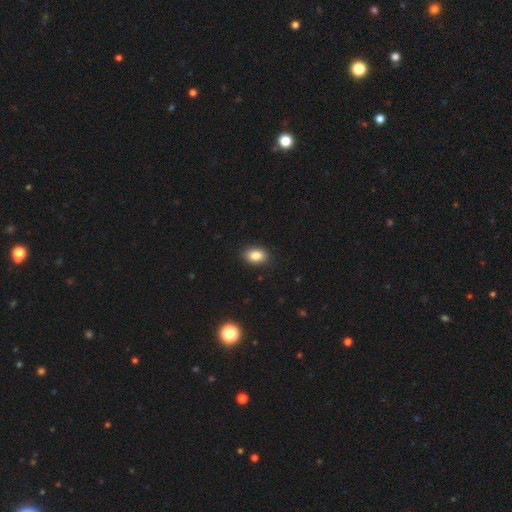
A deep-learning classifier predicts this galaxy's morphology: Smooth or featured? Predicted: smooth (p=0.85). How rounded? Predicted: in between (p=0.80). Merging? Predicted: none (p=0.89).